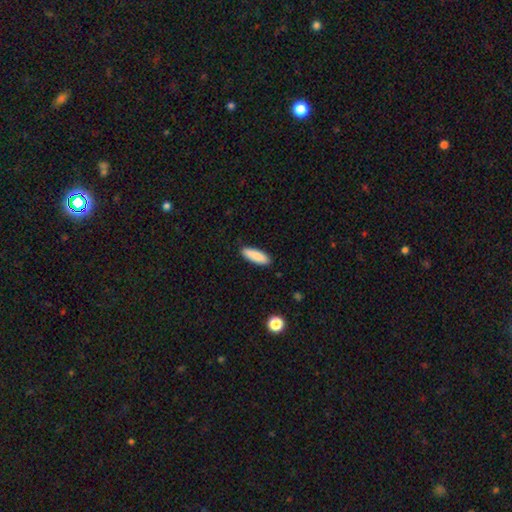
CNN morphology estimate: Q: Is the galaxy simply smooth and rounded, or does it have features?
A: smooth — 88%.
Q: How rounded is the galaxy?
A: in between — 56%.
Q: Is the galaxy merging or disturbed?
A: none — 90%.